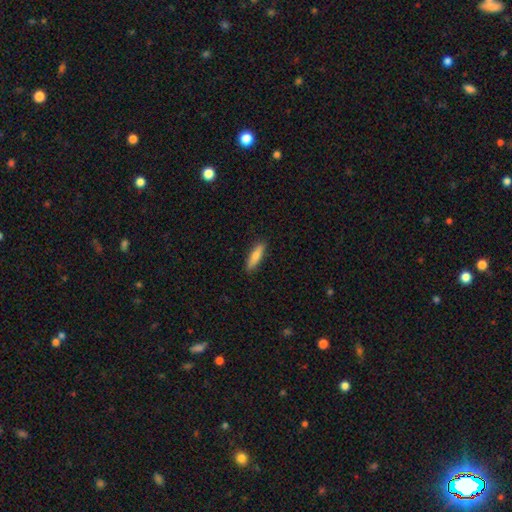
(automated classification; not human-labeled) Overall: smooth (75%). How rounded: cigar-shaped (67%; in between 31%). Merging: none (88%).